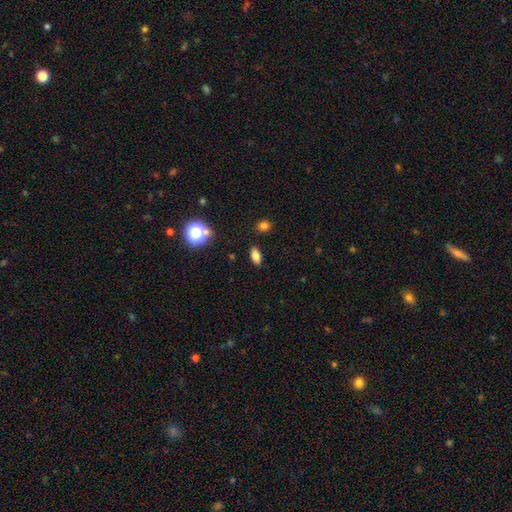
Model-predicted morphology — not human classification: Overall: smooth (77%). How rounded: in between (84%). Merging: none (87%).